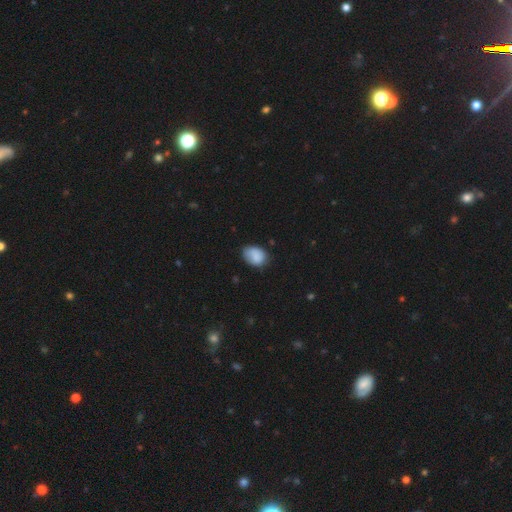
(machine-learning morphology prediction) Smooth or featured? smooth (84%)
How rounded? in between (68%)
Merging? none (62%)